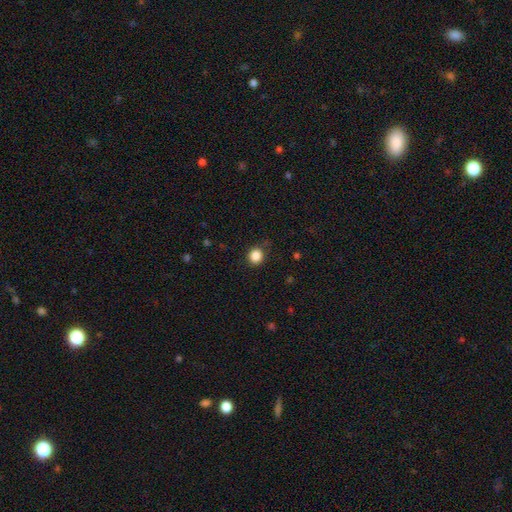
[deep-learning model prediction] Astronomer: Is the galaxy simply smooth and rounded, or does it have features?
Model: smooth — 86%.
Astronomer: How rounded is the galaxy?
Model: round — 84%.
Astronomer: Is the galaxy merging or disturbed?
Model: none — 85%.